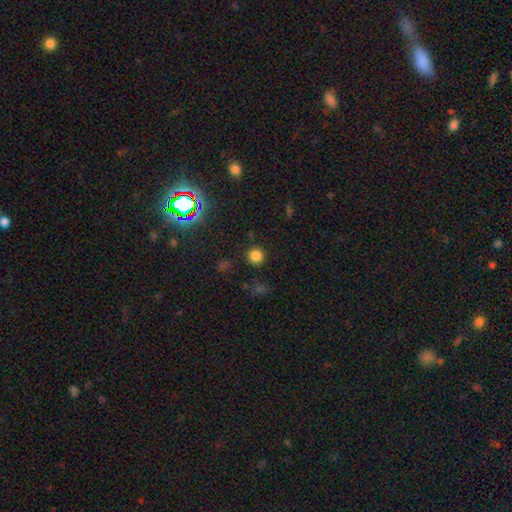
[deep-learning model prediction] smooth-or-featured: smooth: 81% | star or artifact: 15% | featured or disk: 4%
  how-rounded: round: 94% | in between: 5% | cigar-shaped: 1%
  merging: none: 90% | minor disturbance: 6% | major disturbance: 2% | merger: 2%